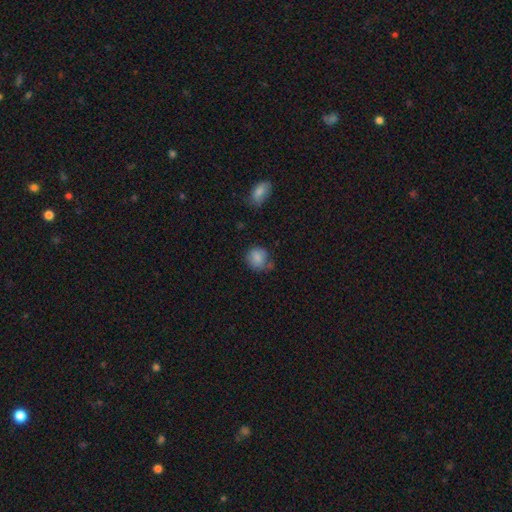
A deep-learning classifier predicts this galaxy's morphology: Smooth or featured?
  - smooth: 81% *
  - star or artifact: 11%
  - featured or disk: 9%
How rounded?
  - round: 73% *
  - in between: 26%
  - cigar-shaped: 1%
Merging?
  - none: 64% *
  - minor disturbance: 25%
  - major disturbance: 6%
  - merger: 5%